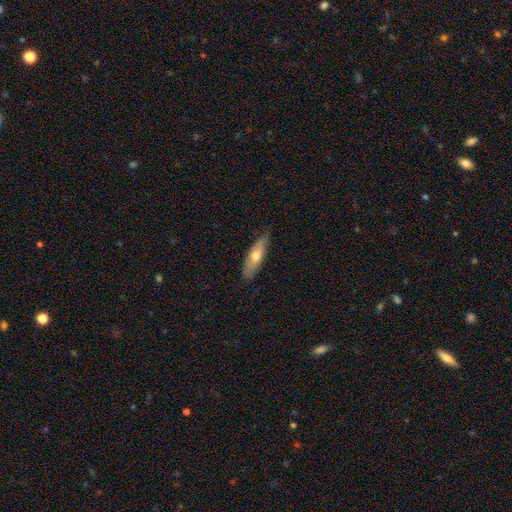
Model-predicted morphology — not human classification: A smooth galaxy with no disk features (58%) that is cigar-shaped (59%).

Vote fractions:
- Smooth or featured? smooth: 58% / featured or disk: 36% / star or artifact: 6%
- How rounded? cigar-shaped: 59% / in between: 38% / round: 2%
- Merging? none: 79% / minor disturbance: 17% / major disturbance: 3% / merger: 1%